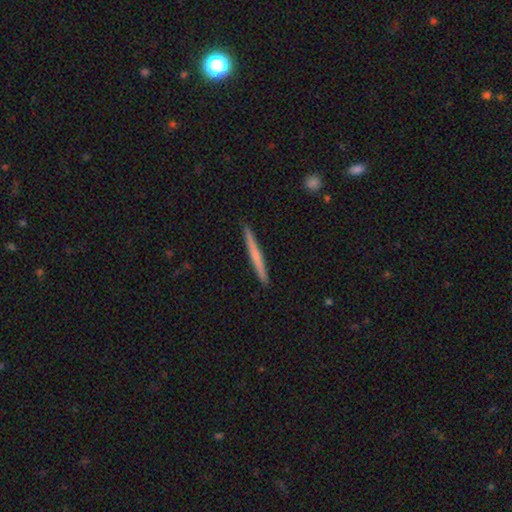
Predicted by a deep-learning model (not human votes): A smooth galaxy with no disk features (53%) that is cigar-shaped (97%). Merging: none (92%).